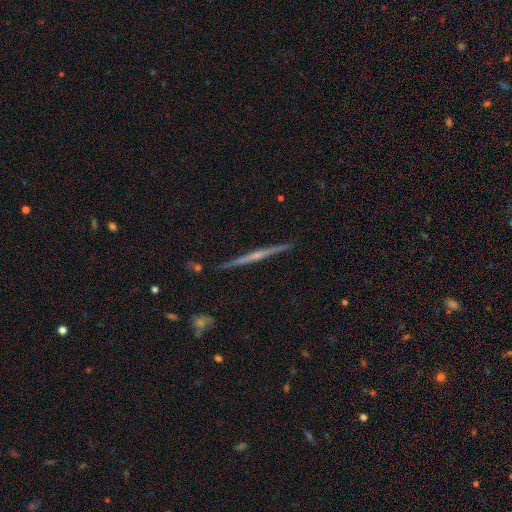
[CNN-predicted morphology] smooth_or_featured: featured or disk (p=0.81) [alt: smooth p=0.13]
disk_edge_on: yes (p=0.98) [alt: no p=0.02]
edge_on_bulge: rounded (p=0.65) [alt: none p=0.28]
merging: none (p=0.91) [alt: minor disturbance p=0.07]